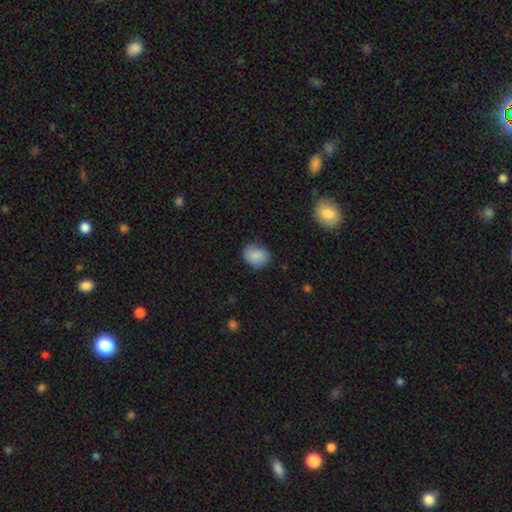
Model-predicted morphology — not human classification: A smooth galaxy with no disk features (86%) that is round (50%).

Vote fractions:
- Smooth or featured? smooth: 86% / star or artifact: 8% / featured or disk: 6%
- How rounded? round: 50% / in between: 49% / cigar-shaped: 1%
- Merging? none: 72% / minor disturbance: 22% / major disturbance: 4% / merger: 1%